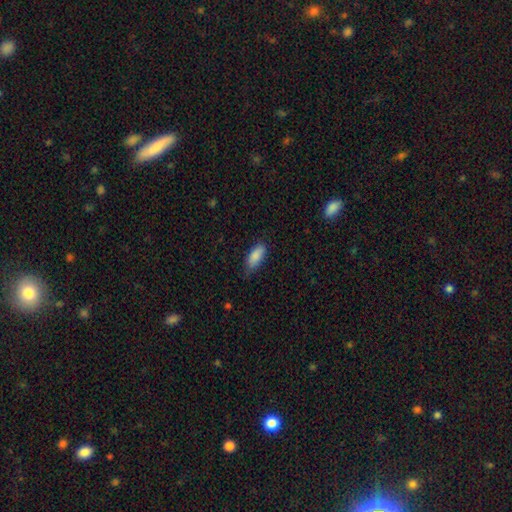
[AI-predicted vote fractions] smooth 88%, star or artifact 7%, featured or disk 6%. Down the decision tree: how rounded — in between (83%); merging — none (71%).